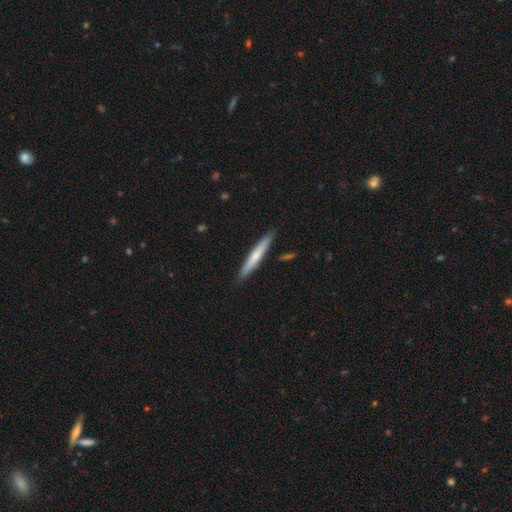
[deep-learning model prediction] smooth 59%, featured or disk 35%, star or artifact 5%. Down the decision tree: how rounded — cigar-shaped (94%); merging — none (89%).